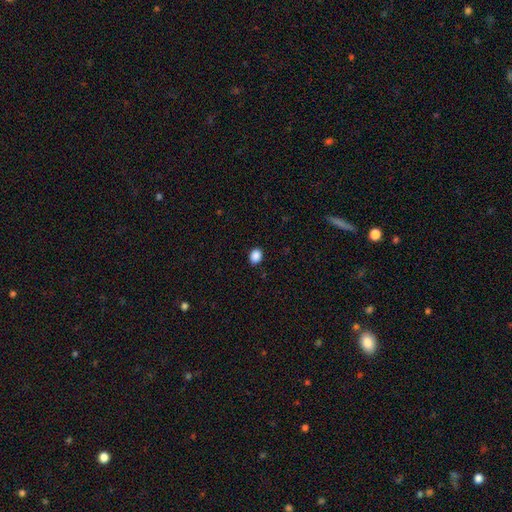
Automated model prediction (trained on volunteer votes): smooth 88%, star or artifact 9%, featured or disk 2%. Down the decision tree: how rounded — in between (52%); merging — none (90%).